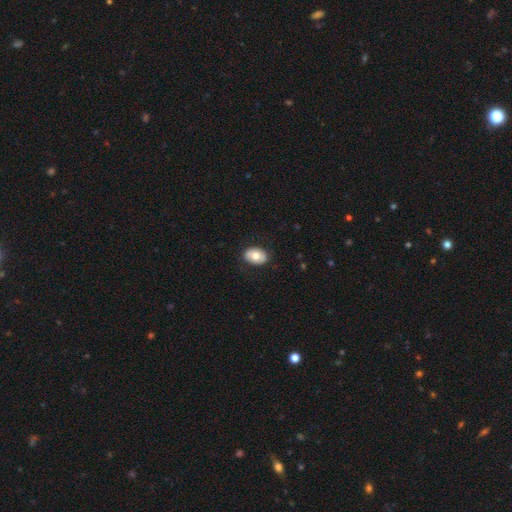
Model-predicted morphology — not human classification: smooth-or-featured: smooth: 72% | featured or disk: 22% | star or artifact: 7%
  how-rounded: in between: 82% | round: 17% | cigar-shaped: 1%
  merging: none: 85% | minor disturbance: 11% | major disturbance: 3% | merger: 1%